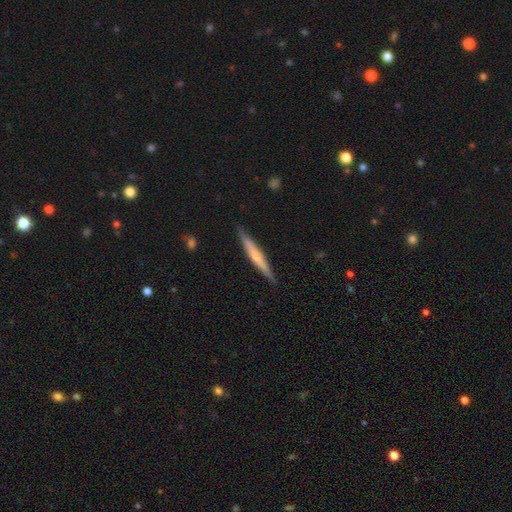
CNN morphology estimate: This appears to be a featured or disk galaxy (61%) viewed edge-on (96%) with a rounded central bulge (67%). Merging: none (89%).